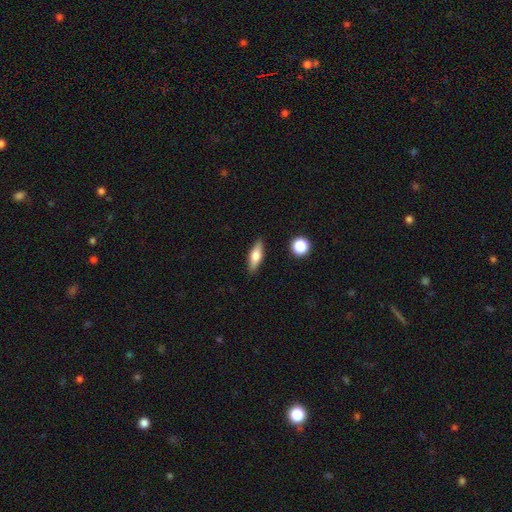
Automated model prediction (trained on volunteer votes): Smooth or featured?
  - smooth: 65% *
  - featured or disk: 28%
  - star or artifact: 7%
How rounded?
  - in between: 52% *
  - cigar-shaped: 44%
  - round: 4%
Merging?
  - none: 88% *
  - minor disturbance: 8%
  - major disturbance: 2%
  - merger: 2%